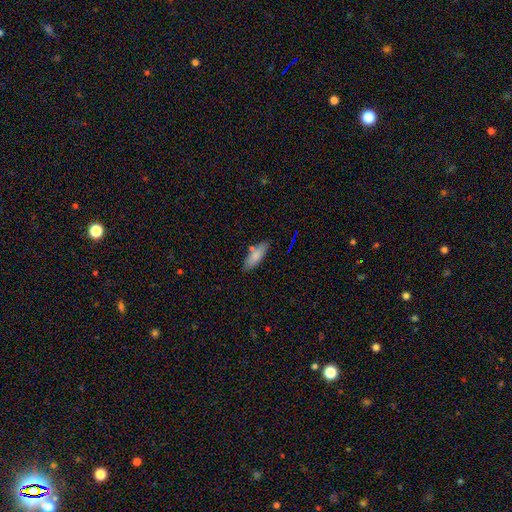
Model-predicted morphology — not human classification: Overall: smooth (82%). How rounded: in between (60%; cigar-shaped 38%). Merging: none (79%).